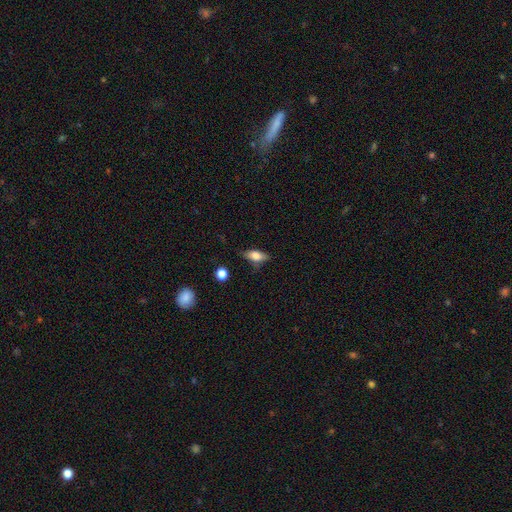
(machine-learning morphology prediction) smooth 74%, featured or disk 18%, star or artifact 8%. Down the decision tree: how rounded — in between (80%); merging — none (71%).